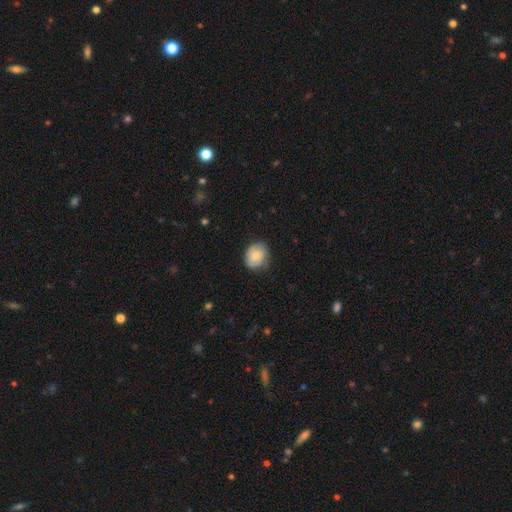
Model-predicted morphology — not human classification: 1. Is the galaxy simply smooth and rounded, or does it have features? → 73% smooth, 20% featured or disk, 7% star or artifact.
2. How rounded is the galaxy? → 51% round, 48% in between, 1% cigar-shaped.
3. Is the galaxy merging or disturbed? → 70% none, 25% minor disturbance, 5% major disturbance, 1% merger.